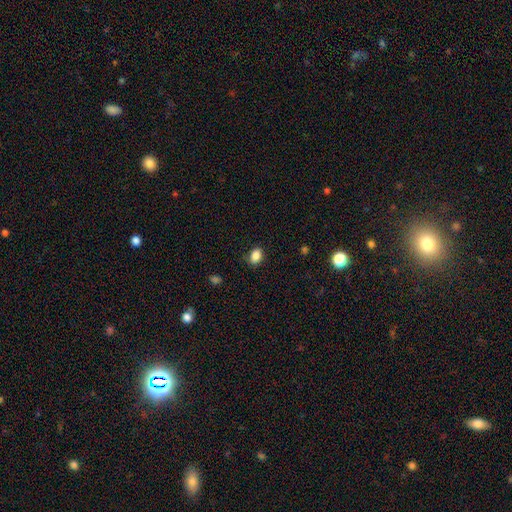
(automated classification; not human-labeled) smooth 86%, star or artifact 10%, featured or disk 4%. Down the decision tree: how rounded — in between (76%); merging — none (81%).